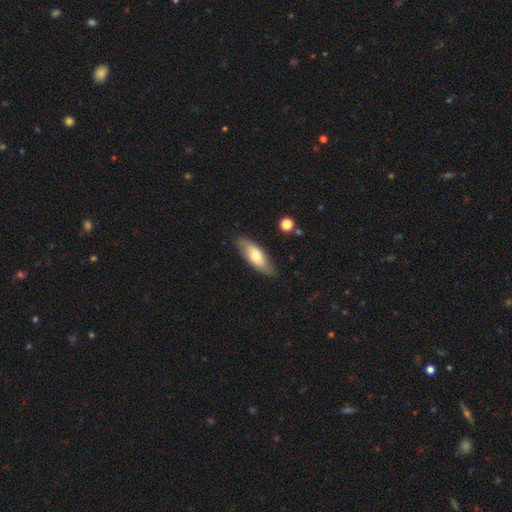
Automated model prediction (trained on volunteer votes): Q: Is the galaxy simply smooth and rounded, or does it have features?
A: smooth — 66%.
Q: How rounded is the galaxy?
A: in between — 72%.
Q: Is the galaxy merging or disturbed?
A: none — 83%.